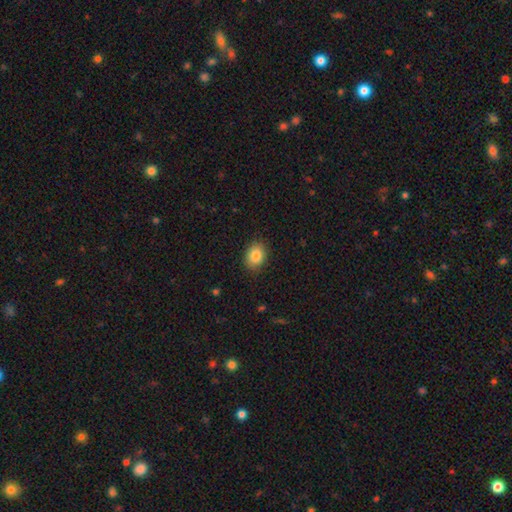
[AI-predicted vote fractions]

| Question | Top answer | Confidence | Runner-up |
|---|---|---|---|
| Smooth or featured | smooth | 85% | star or artifact (8%) |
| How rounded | in between | 67% | round (32%) |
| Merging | none | 87% | minor disturbance (10%) |